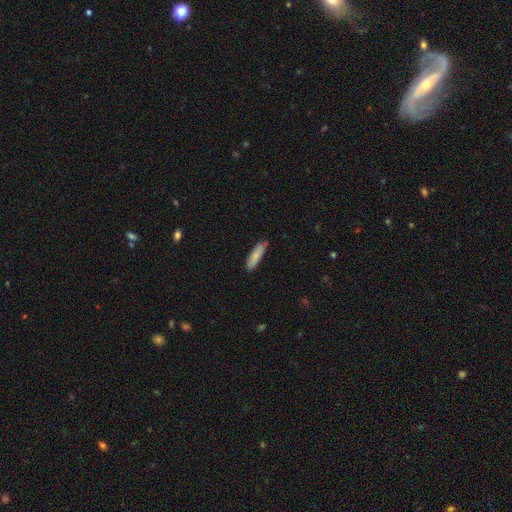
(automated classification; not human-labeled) smooth 78%, featured or disk 16%, star or artifact 6%. Down the decision tree: how rounded — cigar-shaped (65%); merging — none (82%).